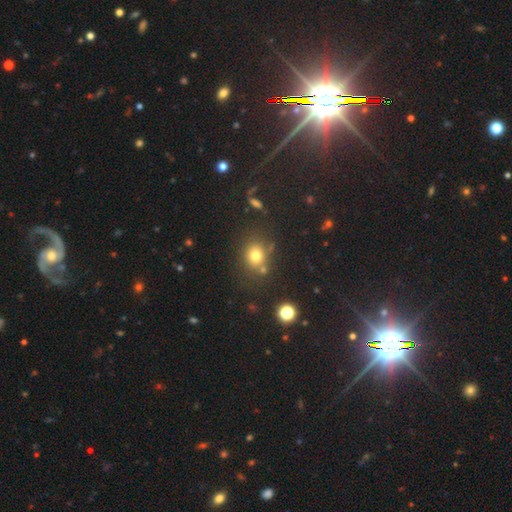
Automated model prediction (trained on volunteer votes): Morphology: type=smooth (74%); roundness=round (72%); merging=none (70%).